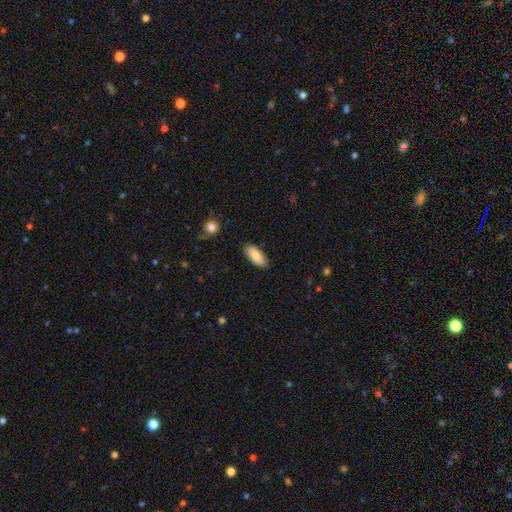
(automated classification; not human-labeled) A smooth galaxy with no disk features (83%) that is in between round and cigar-shaped (89%). Merging: none (84%).